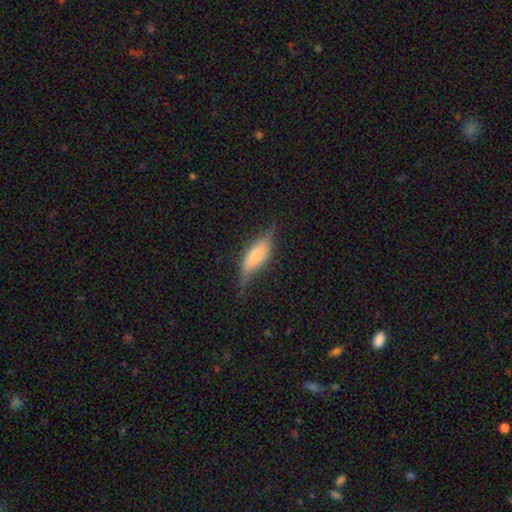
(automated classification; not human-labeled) This is possibly a featured or disk galaxy (47%). Merging: likely none (62%).